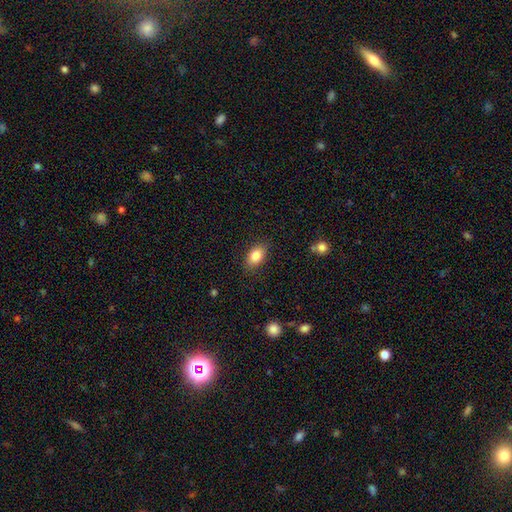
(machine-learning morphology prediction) Smooth or featured?
  - smooth: 85% *
  - star or artifact: 8%
  - featured or disk: 7%
How rounded?
  - in between: 86% *
  - round: 11%
  - cigar-shaped: 3%
Merging?
  - none: 84% *
  - minor disturbance: 12%
  - major disturbance: 3%
  - merger: 1%